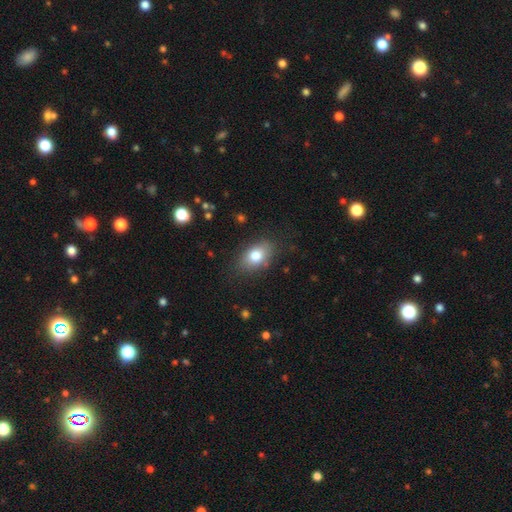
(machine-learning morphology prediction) Q: Smooth or featured?
A: smooth (78%); runner-up: featured or disk (13%)
Q: How rounded?
A: in between (83%); runner-up: round (15%)
Q: Merging?
A: none (80%); runner-up: minor disturbance (15%)